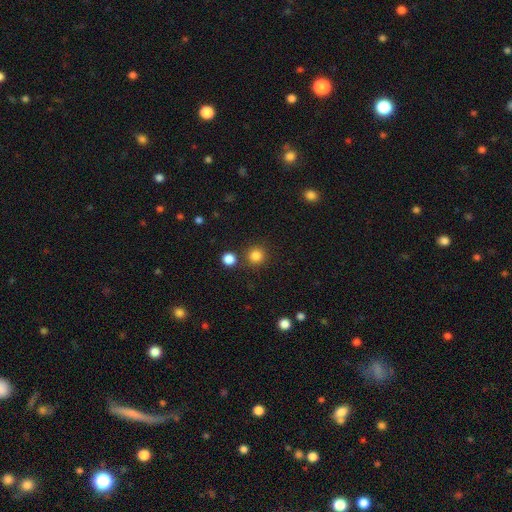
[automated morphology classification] Smooth or featured? Predicted: smooth (p=0.84). How rounded? Predicted: round (p=0.94). Merging? Predicted: none (p=0.84).